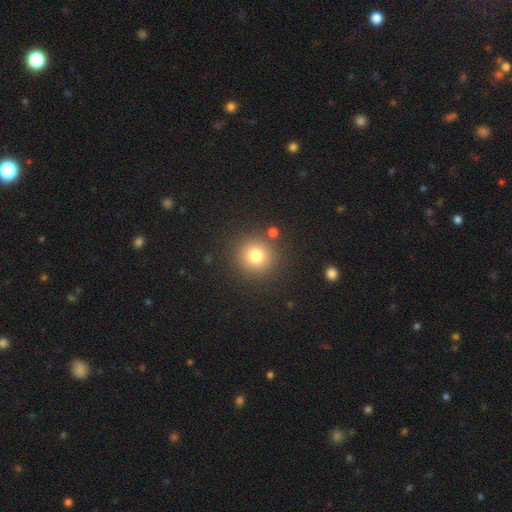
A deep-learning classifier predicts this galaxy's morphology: The model was most divided on "smooth or featured": smooth: 79%, star or artifact: 13%, featured or disk: 8%. More confident: how rounded — round (93%); merging — none (86%).